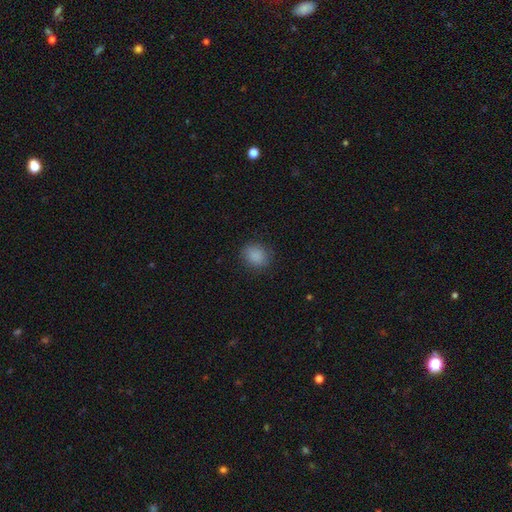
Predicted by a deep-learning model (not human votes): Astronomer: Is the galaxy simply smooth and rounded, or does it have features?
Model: smooth — 87%.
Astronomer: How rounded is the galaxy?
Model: round — 62% (runner-up: in between, 37%).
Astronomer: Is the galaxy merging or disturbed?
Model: none — 85%.